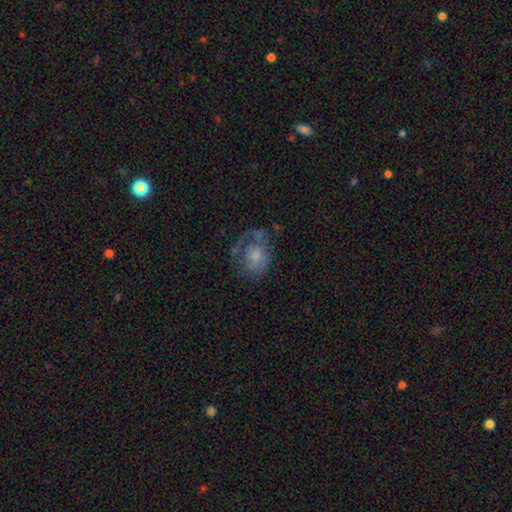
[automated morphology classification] The model was most divided on "smooth or featured": featured or disk: 48%, smooth: 43%, star or artifact: 9%. Remaining: merging — none (43%).